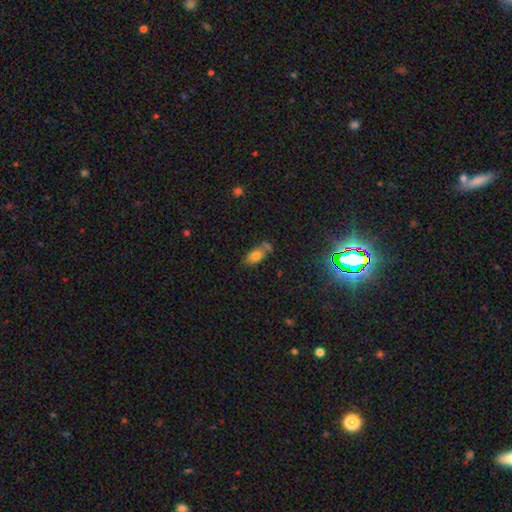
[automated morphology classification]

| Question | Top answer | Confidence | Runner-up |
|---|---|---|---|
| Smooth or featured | smooth | 76% | featured or disk (14%) |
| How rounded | in between | 87% | round (8%) |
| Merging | none | 51% | merger (22%) |